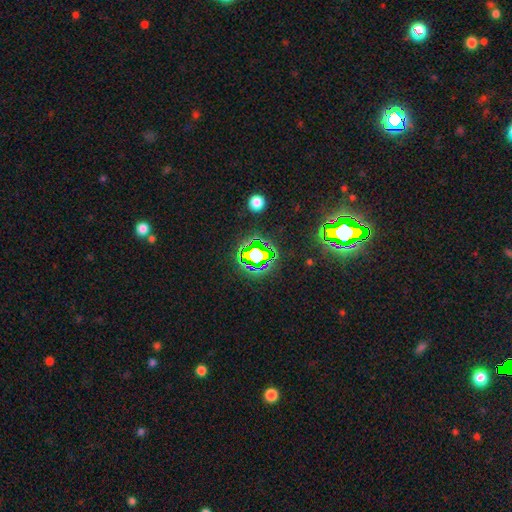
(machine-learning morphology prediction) Overall: star or artifact (69%).